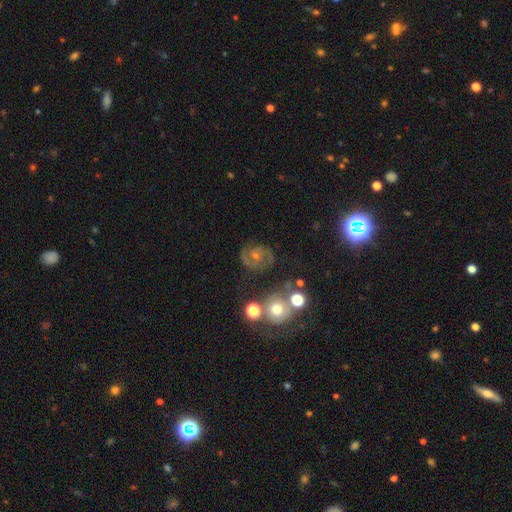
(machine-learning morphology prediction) Q: Smooth or featured?
A: featured or disk (68%); runner-up: smooth (16%)
Q: Edge-on disk?
A: no (97%); runner-up: yes (3%)
Q: Bar?
A: no (67%); runner-up: weak (27%)
Q: Spiral arms?
A: yes (90%); runner-up: no (10%)
Q: Spiral winding?
A: tight (50%); runner-up: medium (40%)
Q: Spiral arm count?
A: 2 (66%); runner-up: can't tell (16%)
Q: Bulge size?
A: small (52%); runner-up: moderate (38%)
Q: Merging?
A: none (71%); runner-up: minor disturbance (16%)